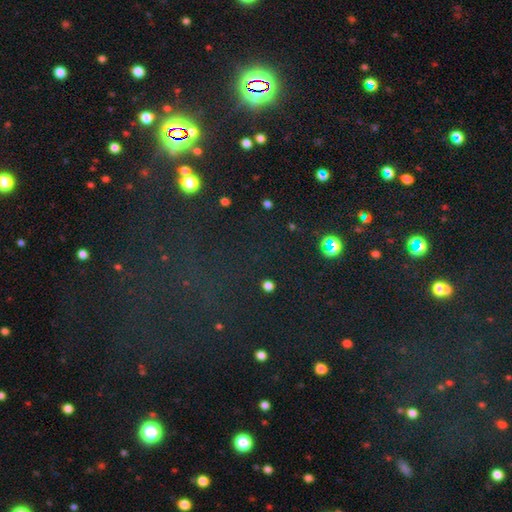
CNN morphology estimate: This appears to be a star or artifact, not a galaxy (70%).